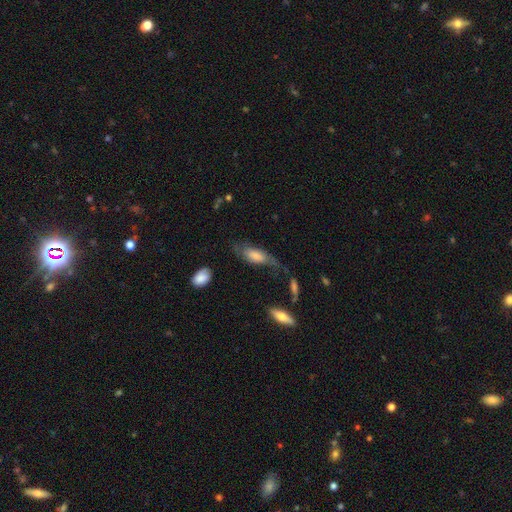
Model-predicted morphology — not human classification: smooth-or-featured: smooth: 63% | featured or disk: 30% | star or artifact: 7%
  how-rounded: in between: 76% | cigar-shaped: 21% | round: 3%
  merging: none: 41% | minor disturbance: 29% | major disturbance: 25% | merger: 5%